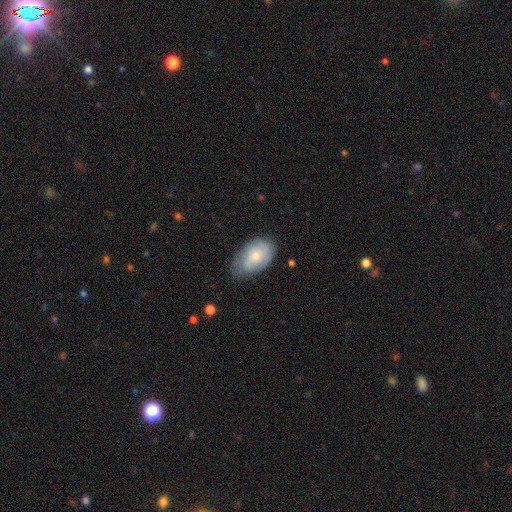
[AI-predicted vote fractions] Morphology: type=smooth (63%); roundness=in between (91%); merging=none (59%).